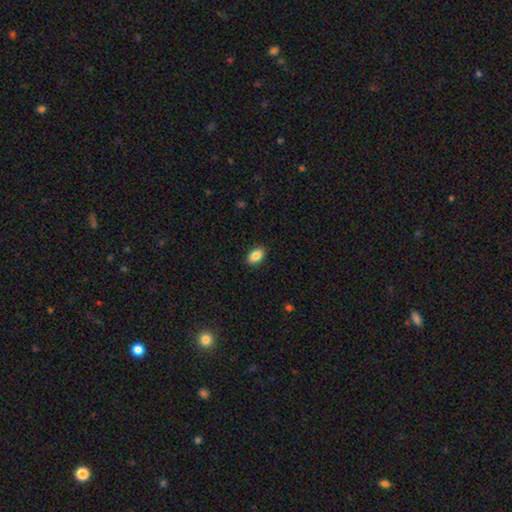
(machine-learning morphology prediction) Smooth or featured? Predicted: smooth (p=0.86). How rounded? Predicted: in between (p=0.91). Merging? Predicted: none (p=0.89).